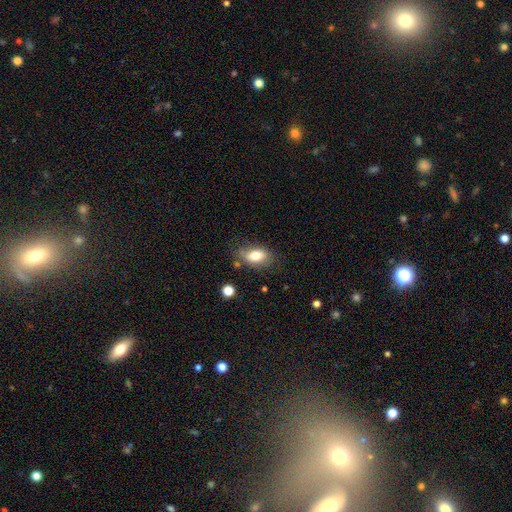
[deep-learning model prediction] Morphology: type=smooth (76%); roundness=in between (88%); merging=none (71%).